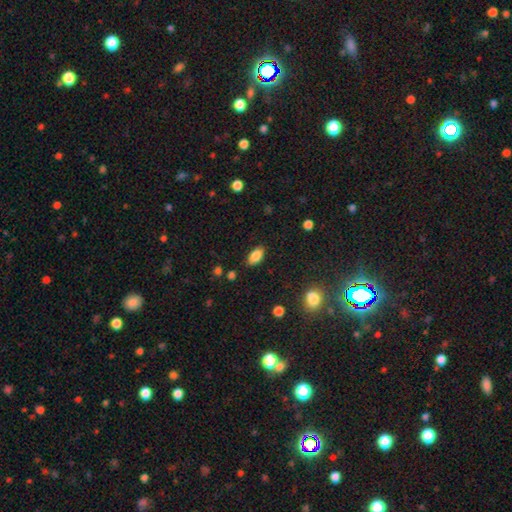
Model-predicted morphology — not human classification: Smooth or featured? smooth (86%)
How rounded? in between (91%)
Merging? none (84%)